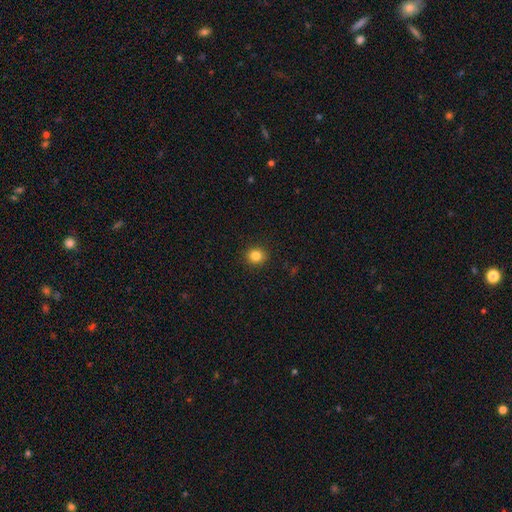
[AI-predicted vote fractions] Smooth or featured?
  - smooth: 83% *
  - star or artifact: 12%
  - featured or disk: 5%
How rounded?
  - round: 84% *
  - in between: 15%
  - cigar-shaped: 1%
Merging?
  - none: 92% *
  - minor disturbance: 6%
  - major disturbance: 2%
  - merger: 1%